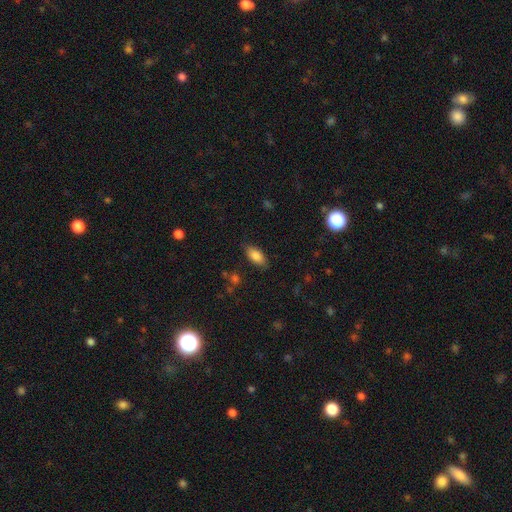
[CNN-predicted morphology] Smooth or featured?
  - smooth: 83% *
  - featured or disk: 9%
  - star or artifact: 8%
How rounded?
  - in between: 88% *
  - cigar-shaped: 9%
  - round: 3%
Merging?
  - none: 83% *
  - minor disturbance: 13%
  - major disturbance: 3%
  - merger: 1%